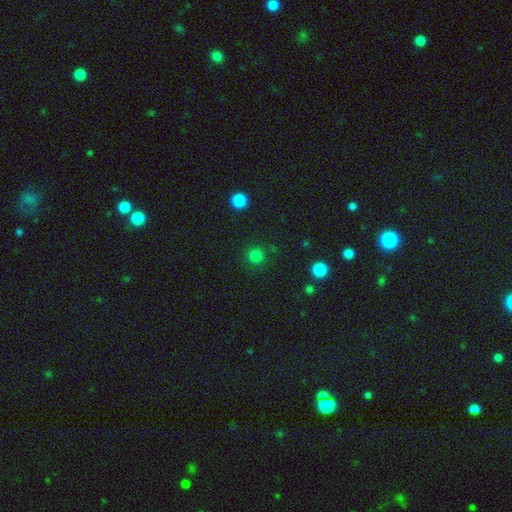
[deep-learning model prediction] Smooth or featured?
  - smooth: 81% *
  - star or artifact: 15%
  - featured or disk: 4%
How rounded?
  - round: 93% *
  - in between: 6%
  - cigar-shaped: 1%
Merging?
  - none: 88% *
  - minor disturbance: 7%
  - major disturbance: 3%
  - merger: 2%